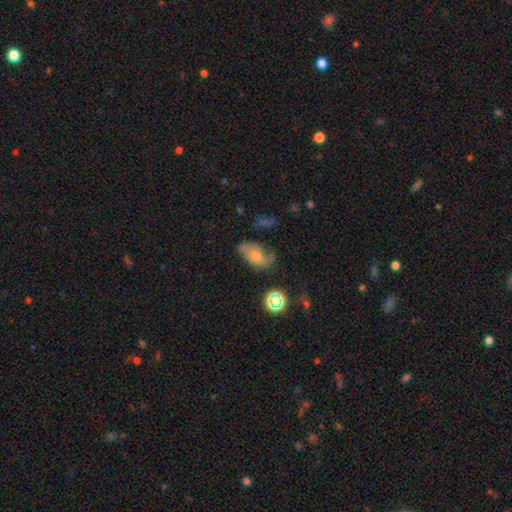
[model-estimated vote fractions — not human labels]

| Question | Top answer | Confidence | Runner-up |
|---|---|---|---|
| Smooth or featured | smooth | 54% | featured or disk (32%) |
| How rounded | in between | 88% | round (10%) |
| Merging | none | 41% | minor disturbance (33%) |